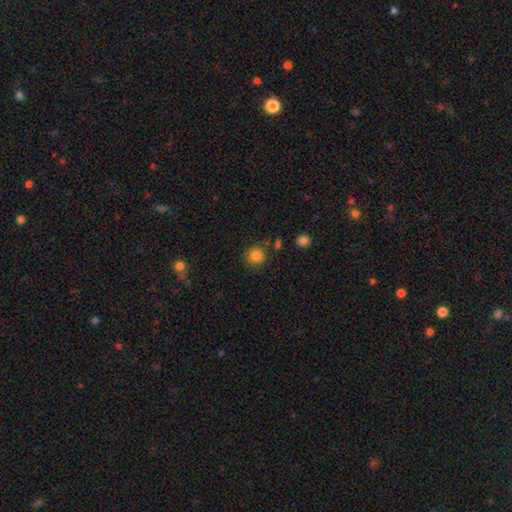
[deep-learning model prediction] A smooth galaxy with no disk features (84%) that is round (90%).

Vote fractions:
- Smooth or featured? smooth: 84% / star or artifact: 11% / featured or disk: 5%
- How rounded? round: 90% / in between: 9% / cigar-shaped: 1%
- Merging? none: 83% / minor disturbance: 10% / merger: 5% / major disturbance: 3%